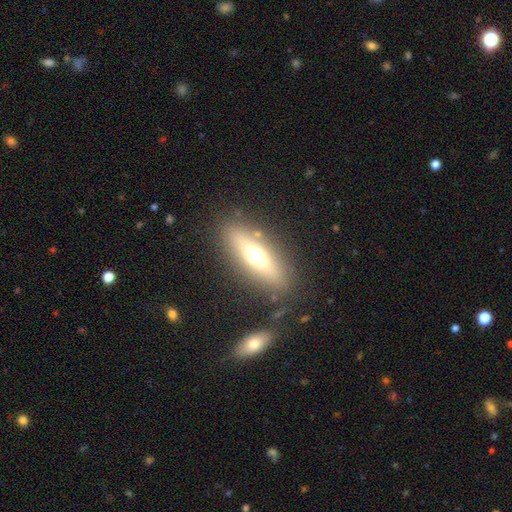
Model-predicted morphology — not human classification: The model was most divided on "smooth or featured": smooth: 48%, featured or disk: 44%, star or artifact: 8%. More confident: merging — none (82%).